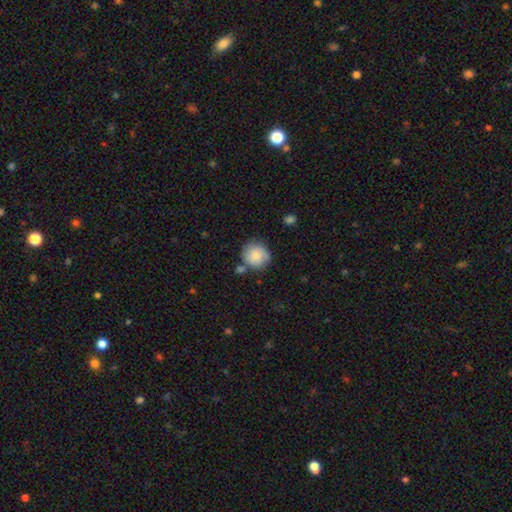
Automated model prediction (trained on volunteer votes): This is clearly a smooth galaxy (80%). How rounded: clearly round (90%). Merging: likely none (73%).